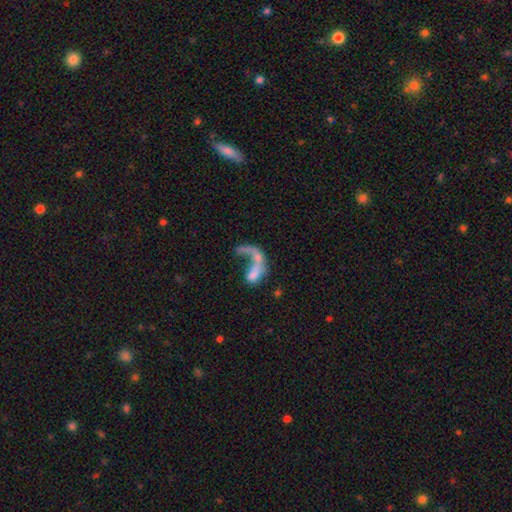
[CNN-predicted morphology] A featured or disk galaxy (50%). Merging: merger (41%).